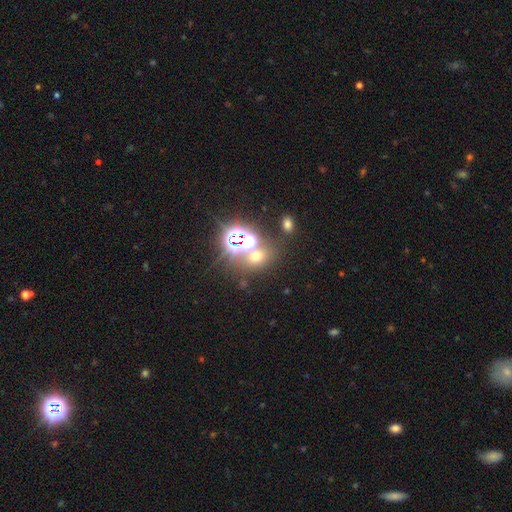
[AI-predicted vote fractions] Smooth or featured?
  - star or artifact: 48% *
  - smooth: 42%
  - featured or disk: 9%